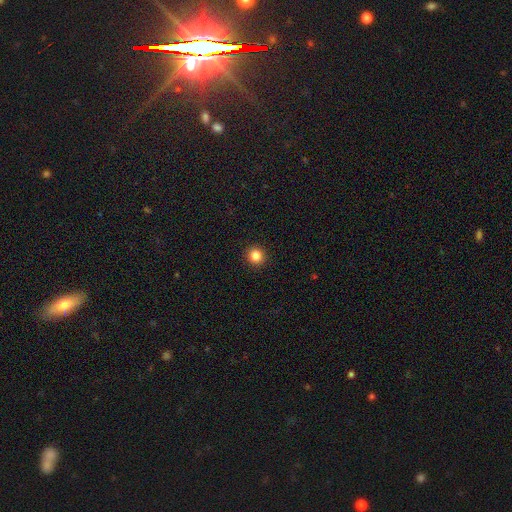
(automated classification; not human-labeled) Morphology: type=smooth (84%); roundness=round (94%); merging=none (93%).